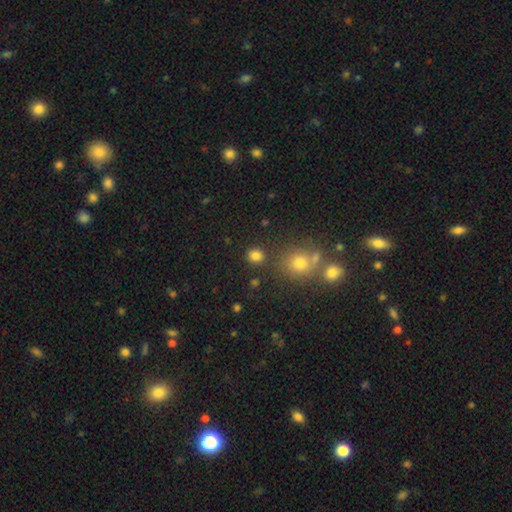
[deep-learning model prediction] Morphology: type=smooth (81%); roundness=round (83%); merging=none (83%).